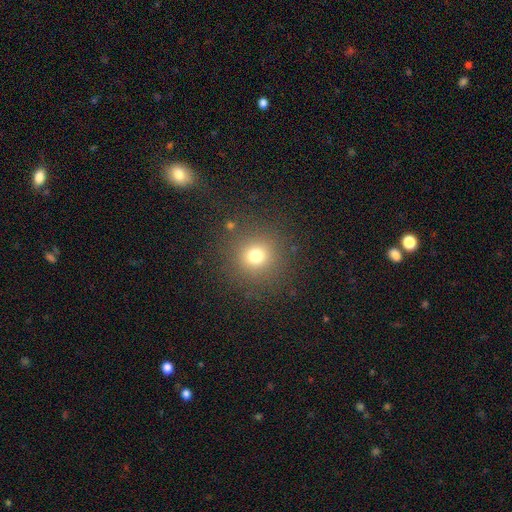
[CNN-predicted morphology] Smooth or featured? Predicted: smooth (p=0.72). How rounded? Predicted: round (p=0.93). Merging? Predicted: none (p=0.86).